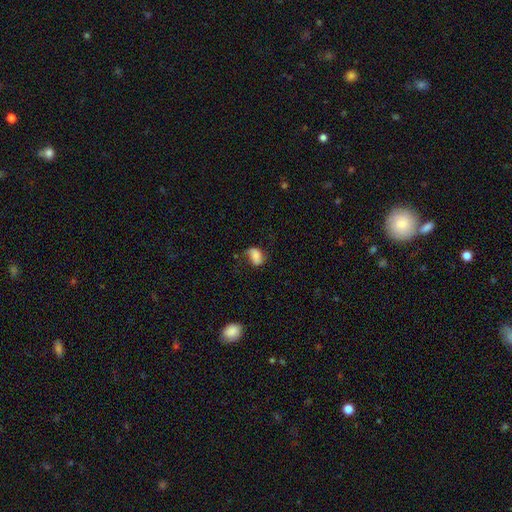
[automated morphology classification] This is likely a smooth galaxy (65%). How rounded: clearly in between (84%). Merging: possibly none (53%).